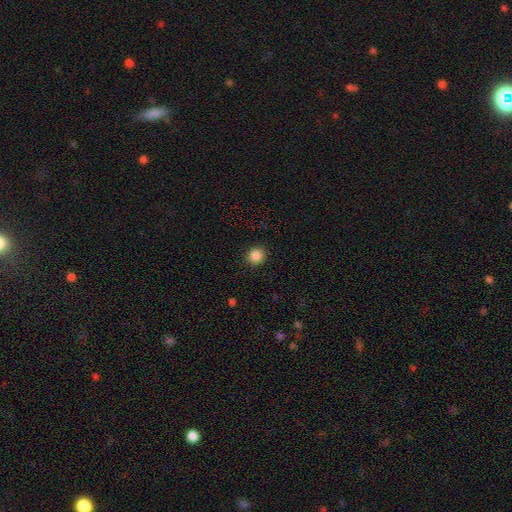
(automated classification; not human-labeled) Smooth or featured? smooth (86%)
How rounded? round (88%)
Merging? none (91%)